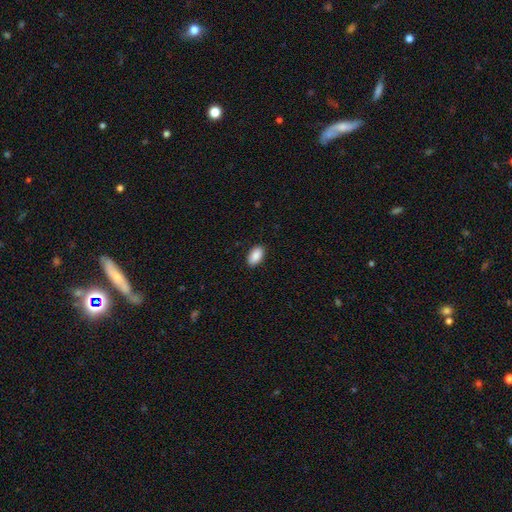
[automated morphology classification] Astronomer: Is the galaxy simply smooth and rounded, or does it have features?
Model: smooth — 90%.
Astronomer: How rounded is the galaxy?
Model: in between — 94%.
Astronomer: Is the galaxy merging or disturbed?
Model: none — 89%.